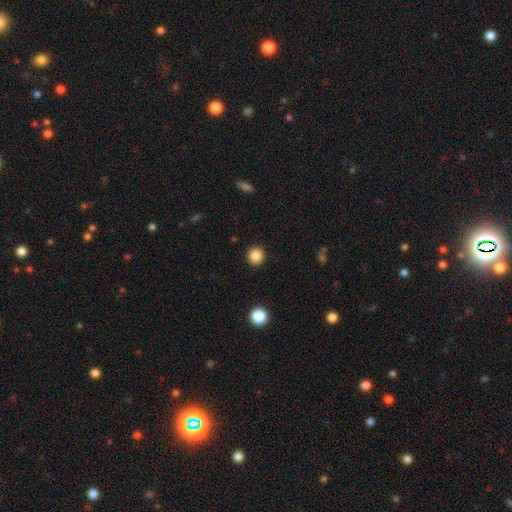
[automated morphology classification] smooth 86%, star or artifact 10%, featured or disk 3%. Down the decision tree: how rounded — round (94%); merging — none (92%).